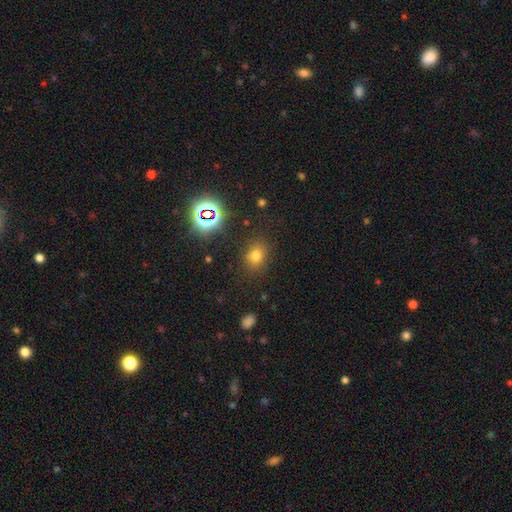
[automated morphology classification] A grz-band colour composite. It shows a smooth galaxy with no disk features (70%) that is round (56%). Merging: none (81%).